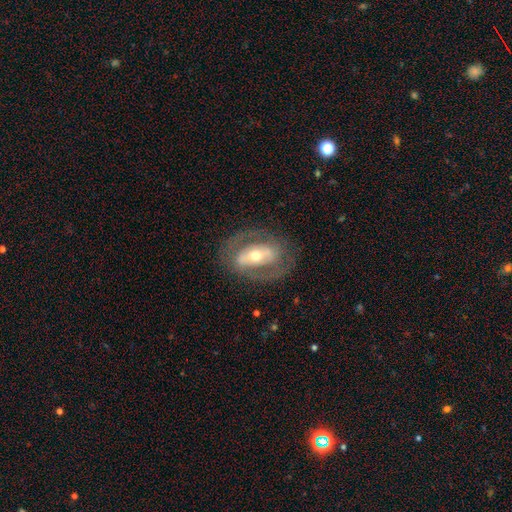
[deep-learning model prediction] Smooth or featured?
  - featured or disk: 71% *
  - smooth: 23%
  - star or artifact: 6%
Edge-on disk?
  - no: 90% *
  - yes: 10%
Bar?
  - strong: 43% *
  - no: 32%
  - weak: 26%
Spiral arms?
  - no: 51% *
  - yes: 49%
Bulge size?
  - moderate: 61% *
  - small: 29%
  - large: 8%
  - dominant: 1%
  - none: 1%
Merging?
  - none: 75% *
  - minor disturbance: 14%
  - major disturbance: 10%
  - merger: 1%